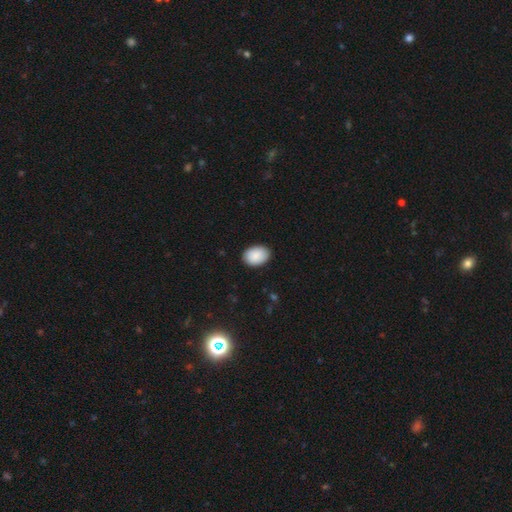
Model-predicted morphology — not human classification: Smooth or featured?
  - smooth: 90% *
  - star or artifact: 6%
  - featured or disk: 4%
How rounded?
  - in between: 83% *
  - round: 16%
  - cigar-shaped: 1%
Merging?
  - none: 87% *
  - minor disturbance: 10%
  - major disturbance: 2%
  - merger: 1%